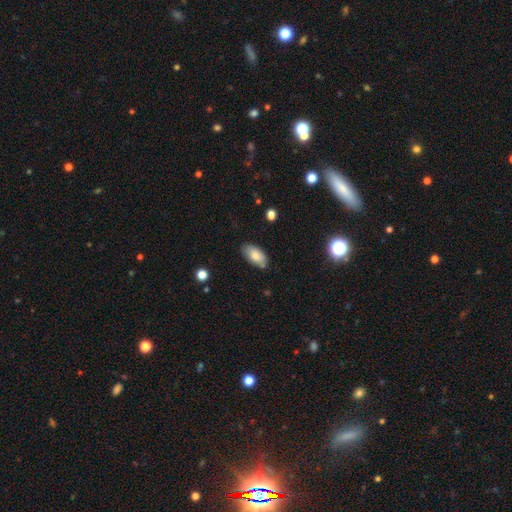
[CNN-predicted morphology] smooth-or-featured: smooth: 81% | featured or disk: 12% | star or artifact: 7%
  how-rounded: in between: 94% | cigar-shaped: 4% | round: 3%
  merging: none: 76% | minor disturbance: 18% | major disturbance: 3% | merger: 2%